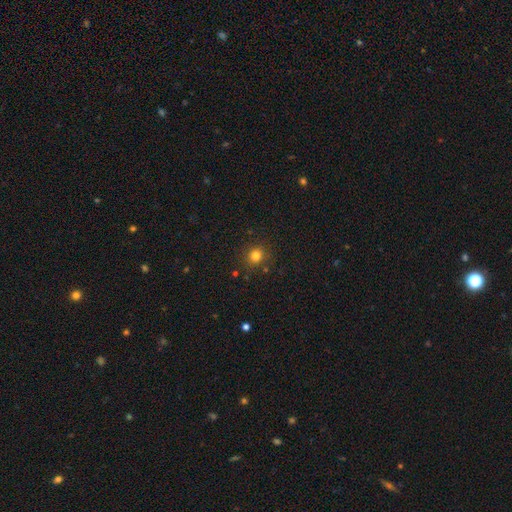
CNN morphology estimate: Smooth or featured? Predicted: smooth (p=0.80). How rounded? Predicted: round (p=0.86). Merging? Predicted: none (p=0.86).